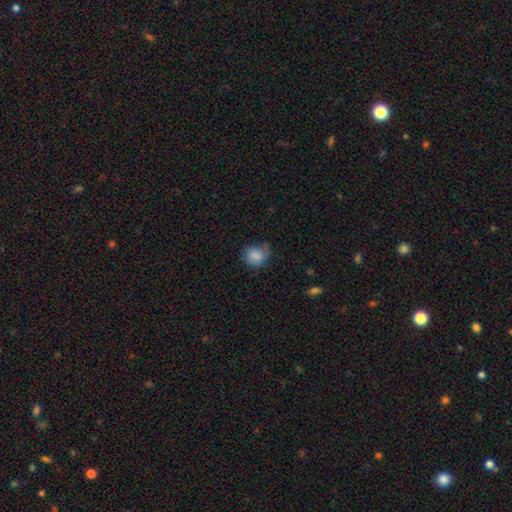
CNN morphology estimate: Q: Smooth or featured?
A: smooth (83%); runner-up: featured or disk (10%)
Q: How rounded?
A: round (65%); runner-up: in between (34%)
Q: Merging?
A: none (51%); runner-up: minor disturbance (33%)